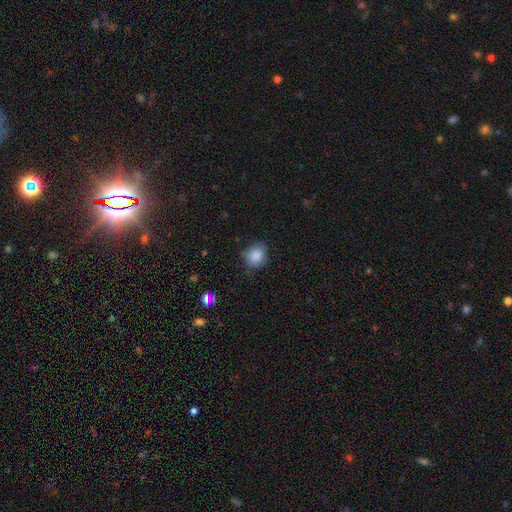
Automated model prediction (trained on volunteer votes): smooth_or_featured: smooth (p=0.86) [alt: star or artifact p=0.09]
how_rounded: round (p=0.69) [alt: in between p=0.30]
merging: none (p=0.70) [alt: minor disturbance p=0.24]